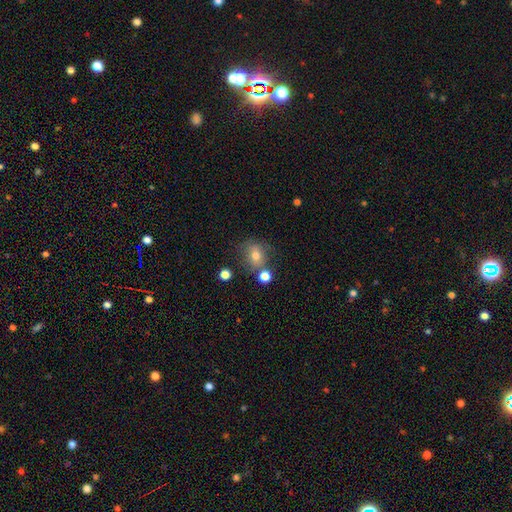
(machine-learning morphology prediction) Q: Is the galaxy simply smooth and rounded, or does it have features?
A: smooth — 72%.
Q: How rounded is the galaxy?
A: round — 65%.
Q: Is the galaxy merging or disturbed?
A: none — 62%.